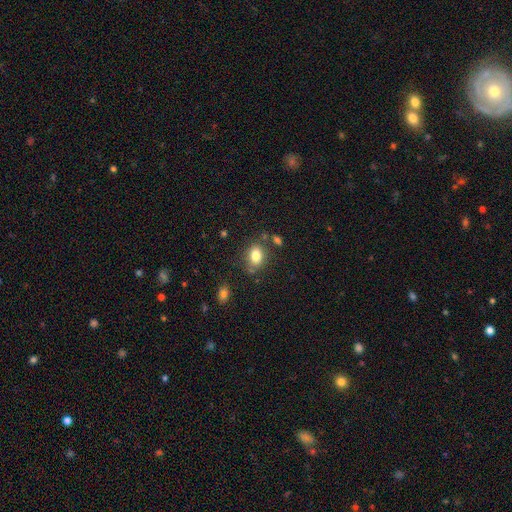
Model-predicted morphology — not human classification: smooth_or_featured: smooth (p=0.82) [alt: star or artifact p=0.10]
how_rounded: in between (p=0.71) [alt: round p=0.27]
merging: none (p=0.73) [alt: minor disturbance p=0.15]